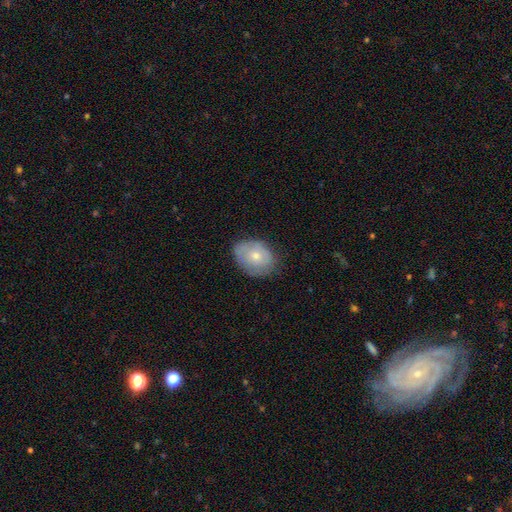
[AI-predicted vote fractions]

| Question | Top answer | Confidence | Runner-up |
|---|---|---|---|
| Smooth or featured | smooth | 58% | featured or disk (36%) |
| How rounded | in between | 63% | round (36%) |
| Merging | none | 68% | minor disturbance (25%) |